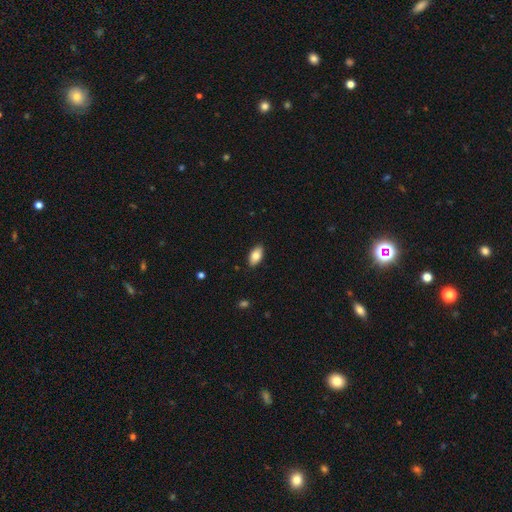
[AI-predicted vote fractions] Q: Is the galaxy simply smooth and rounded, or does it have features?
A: smooth — 84%.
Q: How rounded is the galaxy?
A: in between — 93%.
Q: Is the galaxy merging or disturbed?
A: none — 88%.